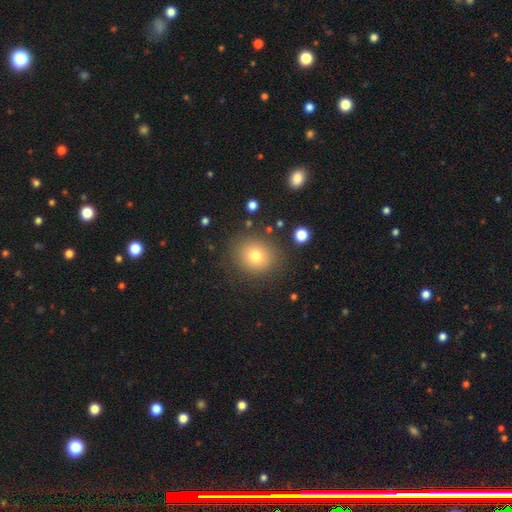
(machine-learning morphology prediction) type=smooth (75%); roundness=round (76%); merging=none (84%).